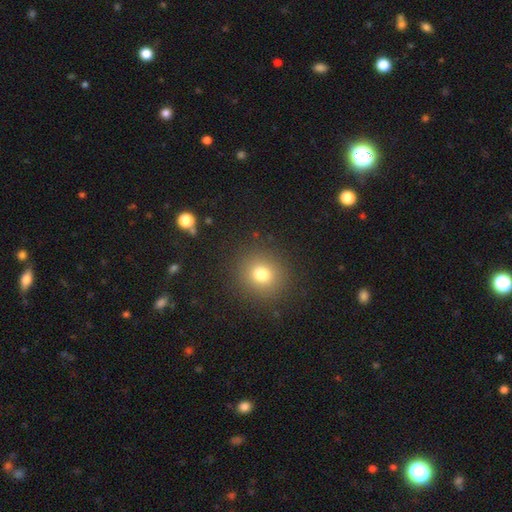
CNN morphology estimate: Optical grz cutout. It shows a smooth galaxy with no disk features (66%) that is round (92%). Merging: none (92%).